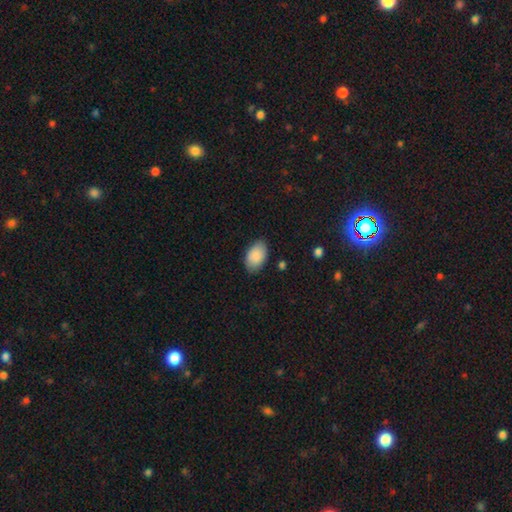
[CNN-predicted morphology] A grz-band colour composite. It shows a smooth galaxy with no disk features (89%) that is in between round and cigar-shaped (93%). Merging: none (82%).